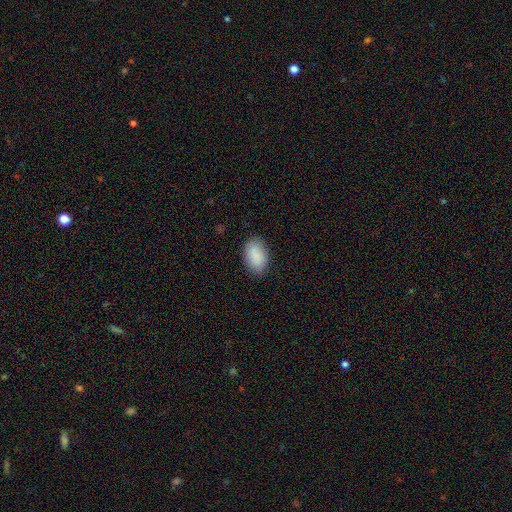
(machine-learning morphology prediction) Overall: smooth (86%). How rounded: in between (91%). Merging: none (84%).